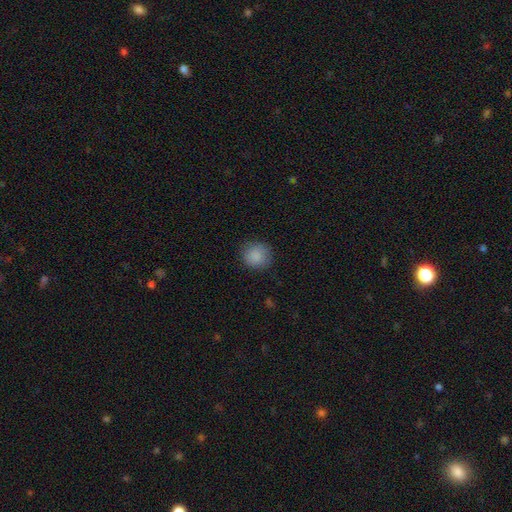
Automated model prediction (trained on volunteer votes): A smooth galaxy with no disk features (88%) that is round (90%).

Vote fractions:
- Smooth or featured? smooth: 88% / star or artifact: 8% / featured or disk: 4%
- How rounded? round: 90% / in between: 9% / cigar-shaped: 1%
- Merging? none: 84% / minor disturbance: 12% / major disturbance: 3% / merger: 1%